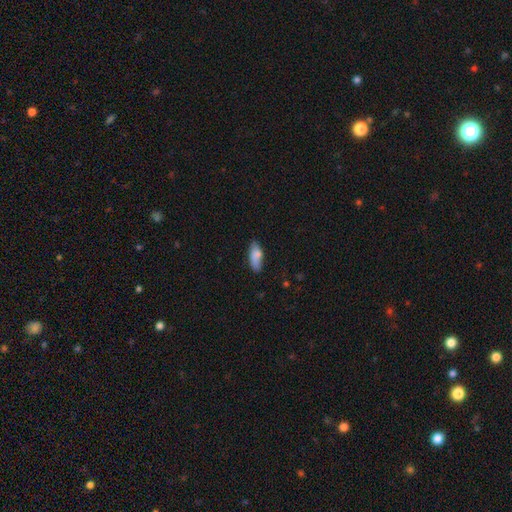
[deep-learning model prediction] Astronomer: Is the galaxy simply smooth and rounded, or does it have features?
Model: smooth — 81%.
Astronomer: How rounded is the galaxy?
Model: in between — 77%.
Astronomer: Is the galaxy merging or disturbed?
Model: none — 68%.